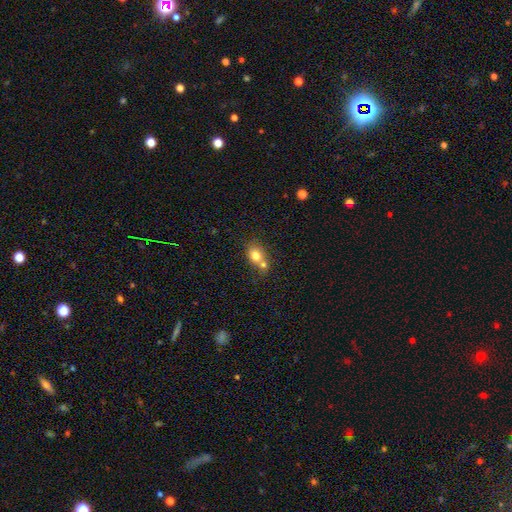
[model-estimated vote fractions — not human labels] Smooth or featured? smooth (76%)
How rounded? round (53%)
Merging? merger (49%)